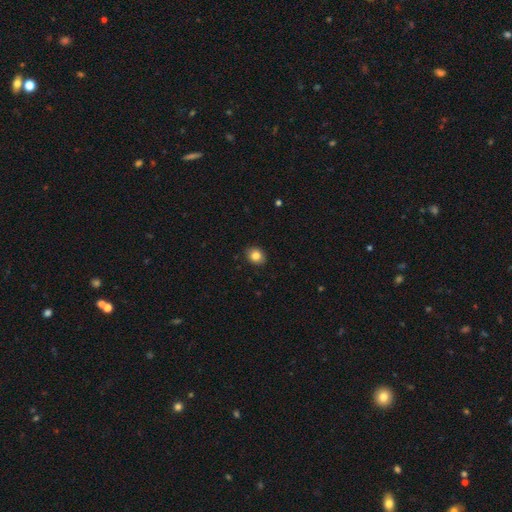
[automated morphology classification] type=smooth (85%); roundness=round (57%); merging=none (90%).